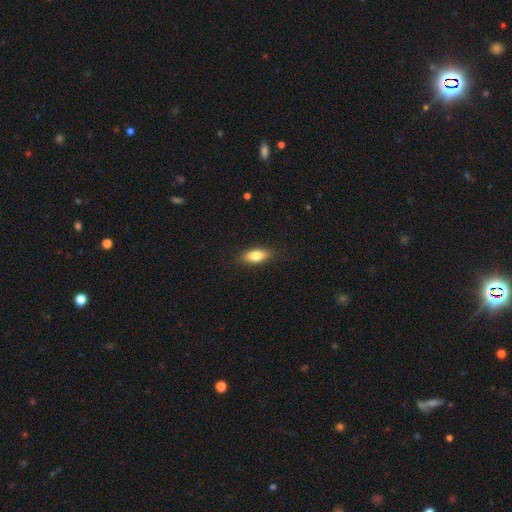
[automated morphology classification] Q: Smooth or featured?
A: smooth (78%); runner-up: featured or disk (15%)
Q: How rounded?
A: in between (81%); runner-up: cigar-shaped (16%)
Q: Merging?
A: none (87%); runner-up: minor disturbance (10%)